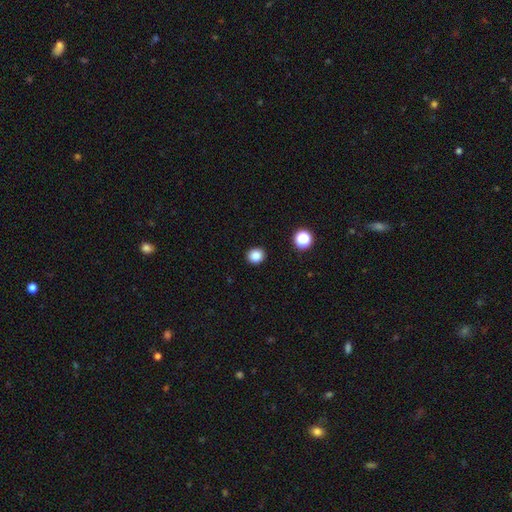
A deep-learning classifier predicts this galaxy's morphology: smooth 85%, star or artifact 11%, featured or disk 3%. Down the decision tree: how rounded — round (86%); merging — none (92%).